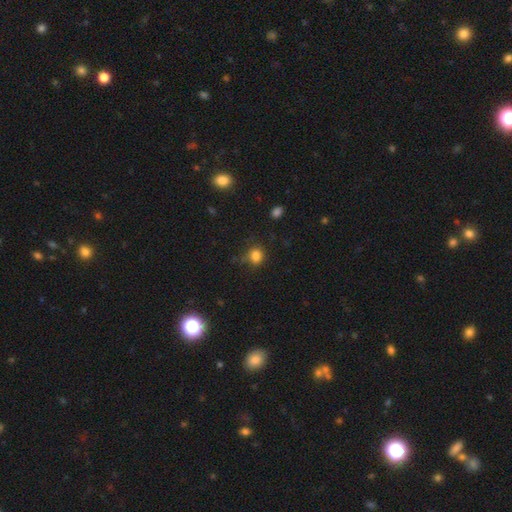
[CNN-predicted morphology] A smooth galaxy with no disk features (82%) that is round (79%). Merging: none (72%).